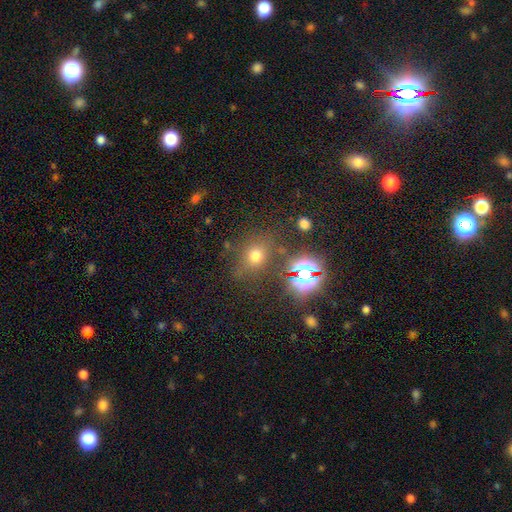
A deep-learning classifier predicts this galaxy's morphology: smooth 63%, star or artifact 26%, featured or disk 10%. Down the decision tree: how rounded — round (65%); merging — none (73%).